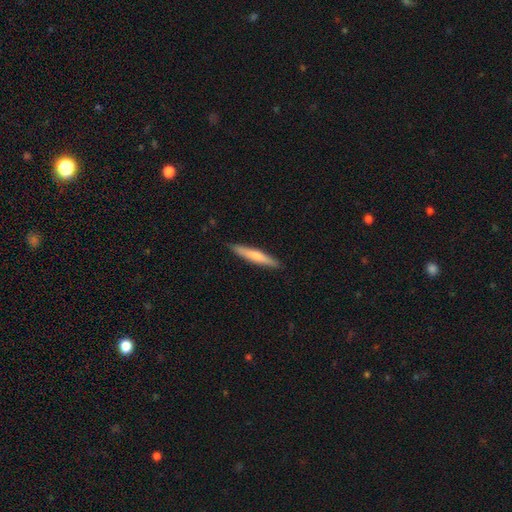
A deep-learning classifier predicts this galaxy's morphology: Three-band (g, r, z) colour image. It shows a smooth galaxy with no disk features (64%) that is cigar-shaped (93%). Merging: none (89%).